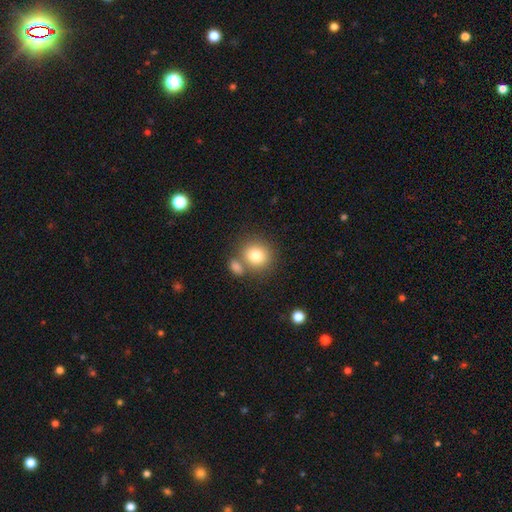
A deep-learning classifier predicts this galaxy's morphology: smooth 81%, featured or disk 10%, star or artifact 10%. Down the decision tree: how rounded — round (82%); merging — none (61%).